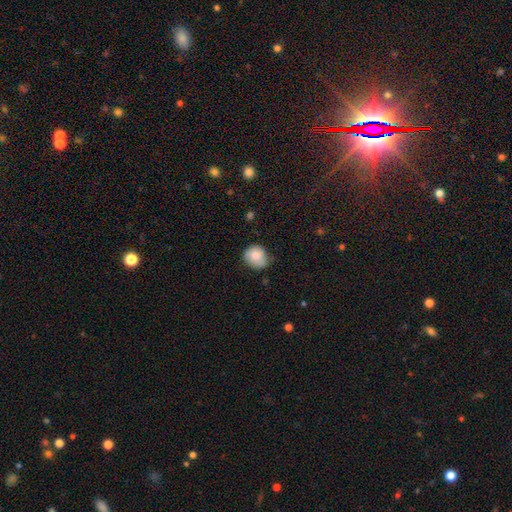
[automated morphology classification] Smooth or featured? Predicted: smooth (p=0.77). How rounded? Predicted: round (p=0.78). Merging? Predicted: none (p=0.55).